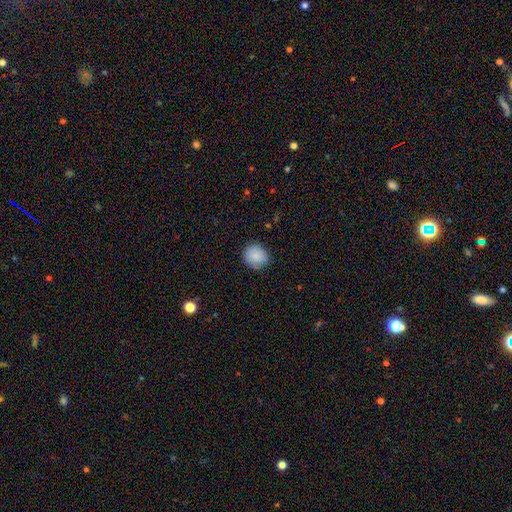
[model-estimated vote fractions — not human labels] smooth 87%, star or artifact 8%, featured or disk 5%. Down the decision tree: how rounded — round (78%); merging — none (81%).